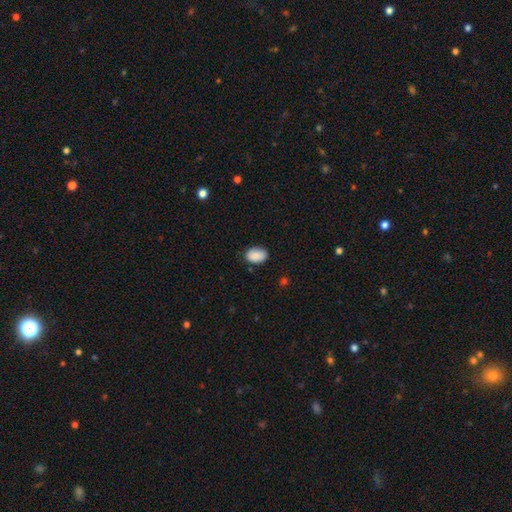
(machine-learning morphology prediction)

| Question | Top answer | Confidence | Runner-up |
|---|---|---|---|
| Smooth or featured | smooth | 88% | star or artifact (7%) |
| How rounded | in between | 87% | round (12%) |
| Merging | none | 82% | minor disturbance (14%) |